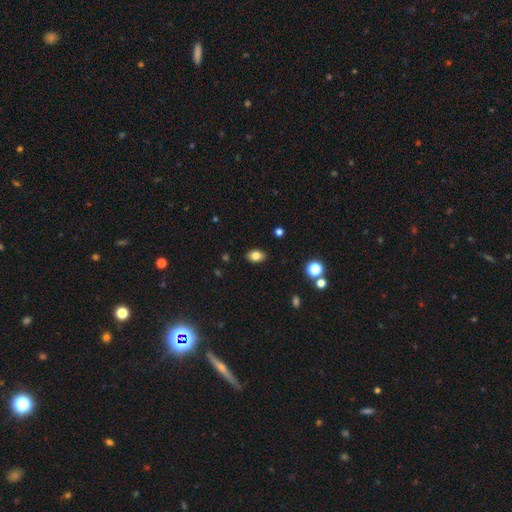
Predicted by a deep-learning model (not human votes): Overall: smooth (81%). How rounded: in between (79%). Merging: none (88%).